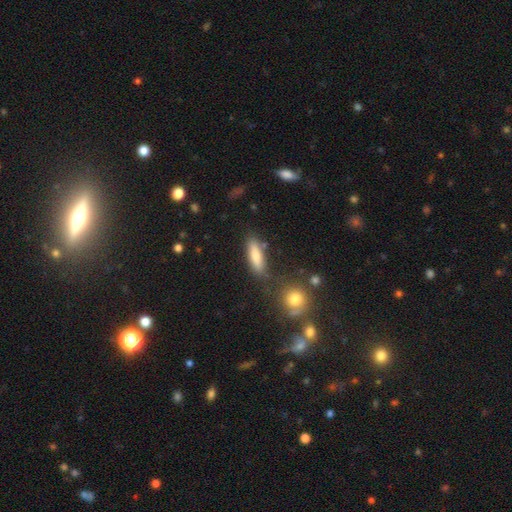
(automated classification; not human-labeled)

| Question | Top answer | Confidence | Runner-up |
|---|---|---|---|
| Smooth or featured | smooth | 78% | featured or disk (15%) |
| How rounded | cigar-shaped | 55% | in between (42%) |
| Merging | none | 77% | minor disturbance (12%) |